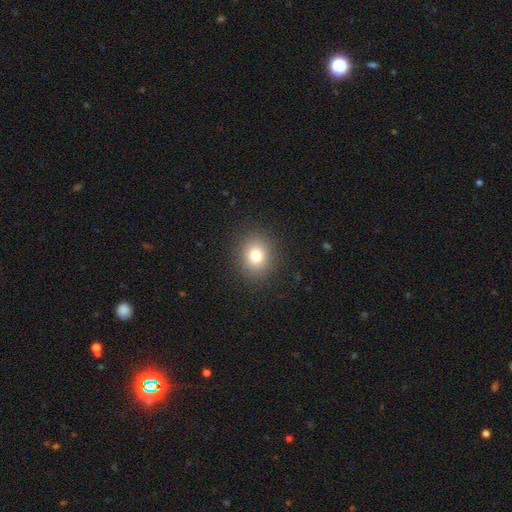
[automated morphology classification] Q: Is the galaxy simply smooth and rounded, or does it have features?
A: smooth — 78%.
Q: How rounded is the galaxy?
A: round — 70%.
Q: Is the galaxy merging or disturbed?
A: none — 89%.